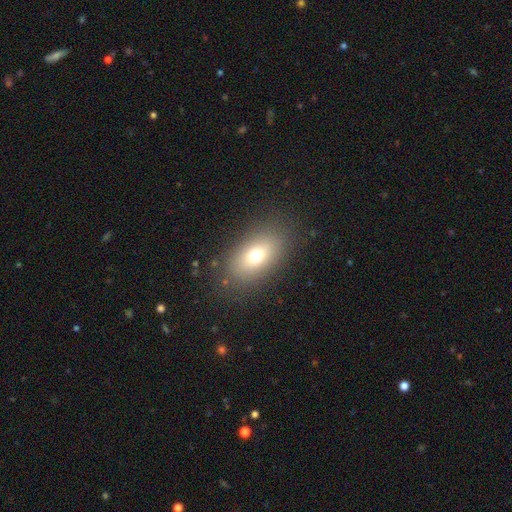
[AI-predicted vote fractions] Q: Smooth or featured?
A: smooth (70%); runner-up: featured or disk (18%)
Q: How rounded?
A: in between (86%); runner-up: round (11%)
Q: Merging?
A: none (84%); runner-up: minor disturbance (10%)